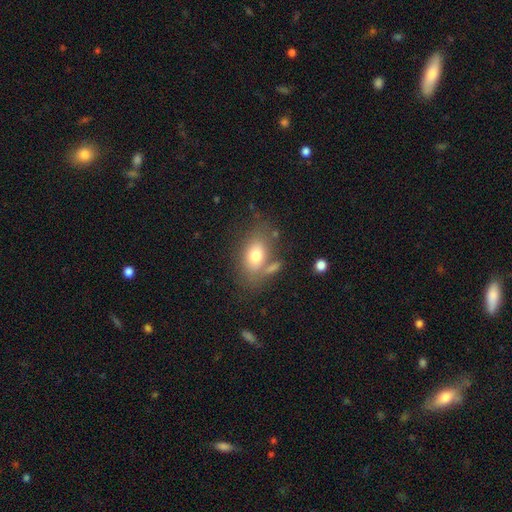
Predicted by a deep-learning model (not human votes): A smooth galaxy with no disk features (73%) that is in between round and cigar-shaped (84%).

Vote fractions:
- Smooth or featured? smooth: 73% / featured or disk: 18% / star or artifact: 9%
- How rounded? in between: 84% / round: 14% / cigar-shaped: 2%
- Merging? none: 61% / minor disturbance: 17% / merger: 14% / major disturbance: 8%